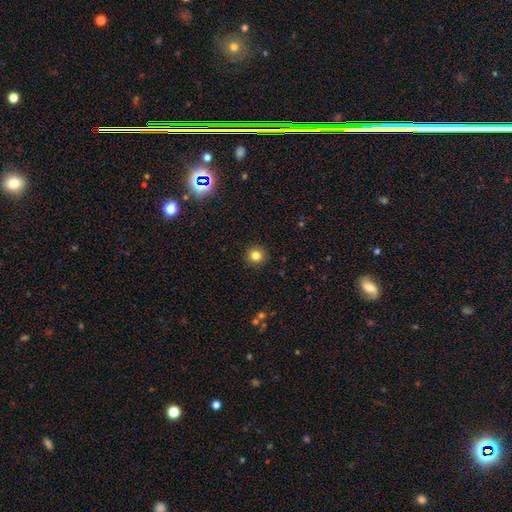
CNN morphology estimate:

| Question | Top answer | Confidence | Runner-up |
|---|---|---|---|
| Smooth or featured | smooth | 81% | star or artifact (12%) |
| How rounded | round | 93% | in between (6%) |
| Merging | none | 92% | minor disturbance (6%) |